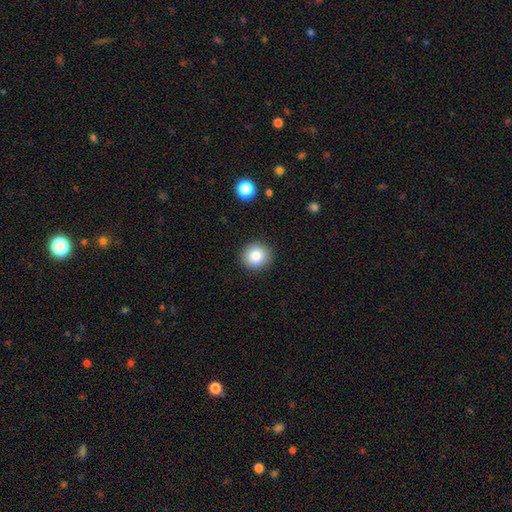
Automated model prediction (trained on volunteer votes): Q: Smooth or featured?
A: smooth (85%); runner-up: star or artifact (9%)
Q: How rounded?
A: round (88%); runner-up: in between (11%)
Q: Merging?
A: none (90%); runner-up: minor disturbance (6%)